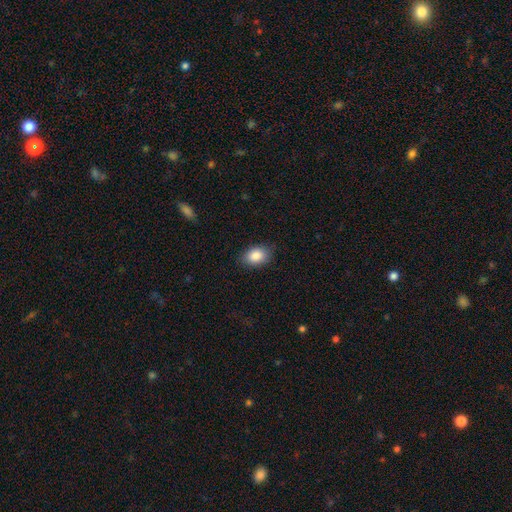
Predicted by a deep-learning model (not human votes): Smooth or featured? smooth (87%)
How rounded? in between (84%)
Merging? none (84%)